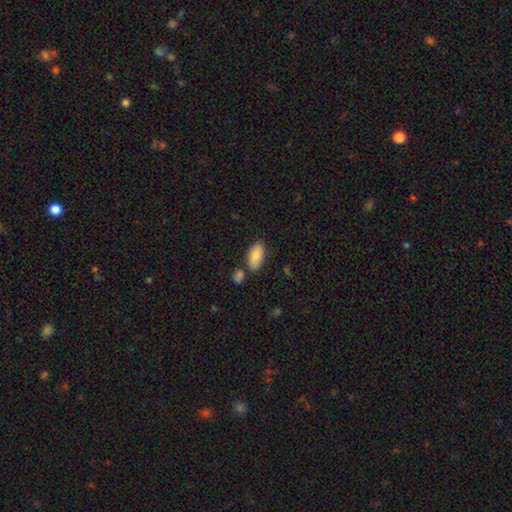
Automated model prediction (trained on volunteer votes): Smooth or featured? smooth (85%)
How rounded? in between (94%)
Merging? none (72%)